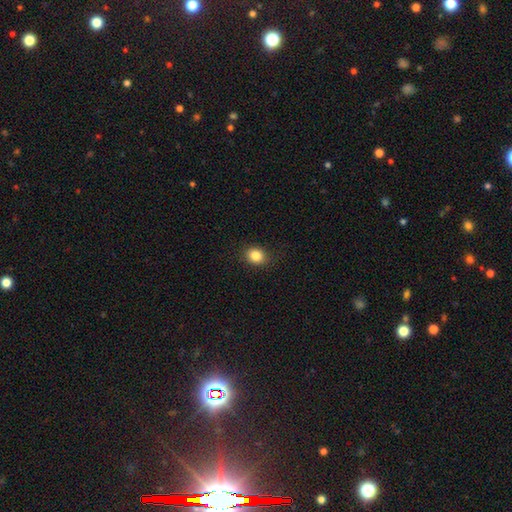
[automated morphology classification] The model was most divided on "how rounded": round: 62%, in between: 38%, cigar-shaped: 1%. More confident: merging — none (88%); smooth or featured — smooth (85%).